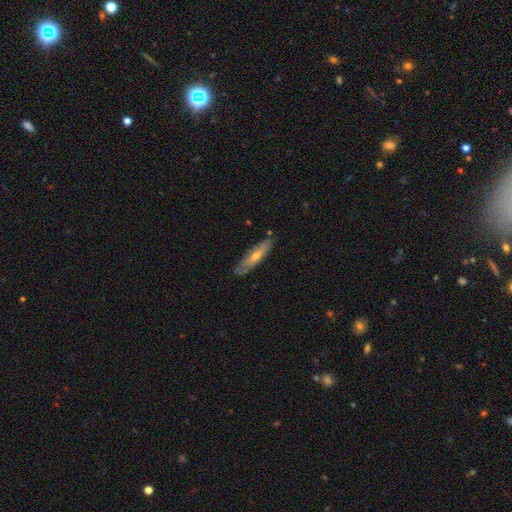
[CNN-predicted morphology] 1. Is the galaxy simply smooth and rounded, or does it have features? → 52% featured or disk, 42% smooth, 6% star or artifact.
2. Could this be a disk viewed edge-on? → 62% yes, 38% no.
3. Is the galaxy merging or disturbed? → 82% none, 14% minor disturbance, 2% major disturbance, 2% merger.